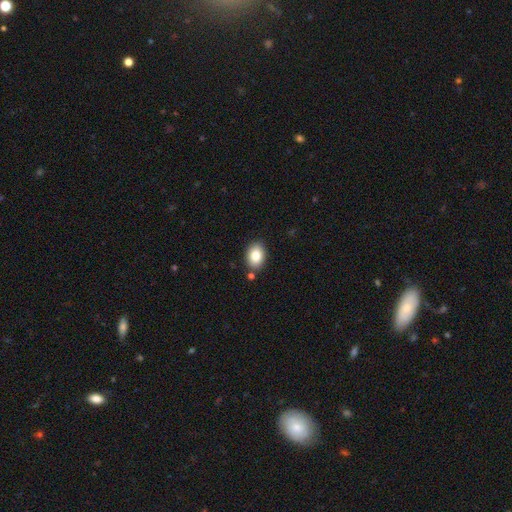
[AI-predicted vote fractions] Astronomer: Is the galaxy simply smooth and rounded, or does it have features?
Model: smooth — 85%.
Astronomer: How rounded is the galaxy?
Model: in between — 78%.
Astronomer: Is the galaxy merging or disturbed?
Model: none — 83%.